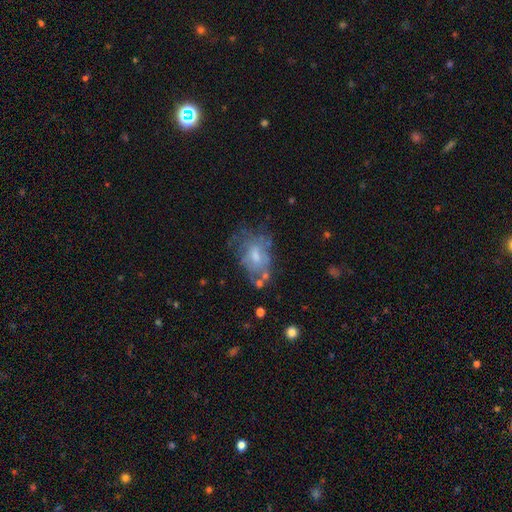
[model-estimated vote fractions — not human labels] This appears to be a featured or disk galaxy (53%) with no bar (60%), no spiral arms (55%) and a moderate central bulge (50%). Merging: none (47%).